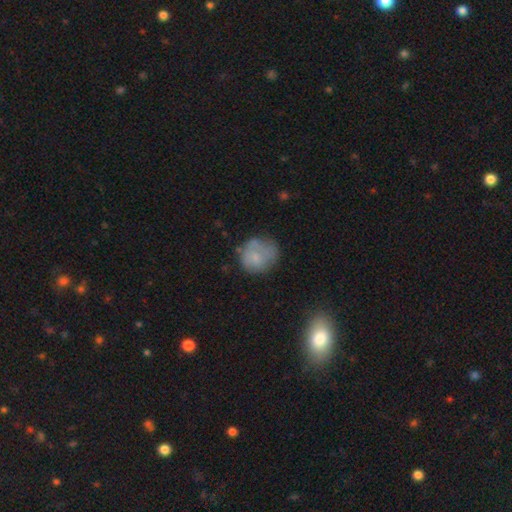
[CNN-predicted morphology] smooth 67%, featured or disk 24%, star or artifact 9%. Down the decision tree: how rounded — round (79%); merging — none (51%).